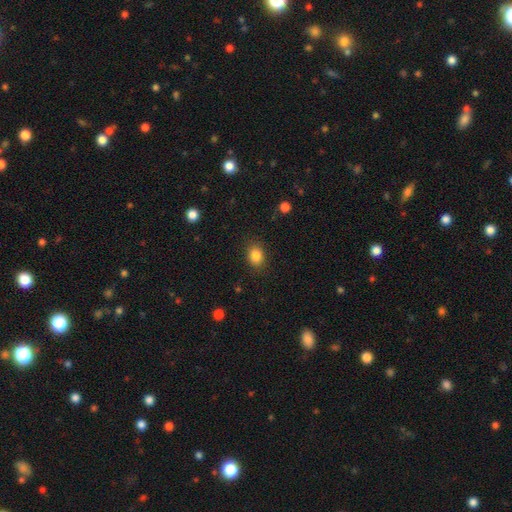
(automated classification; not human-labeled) smooth_or_featured: smooth (p=0.86) [alt: star or artifact p=0.10]
how_rounded: in between (p=0.58) [alt: round p=0.41]
merging: none (p=0.86) [alt: minor disturbance p=0.10]